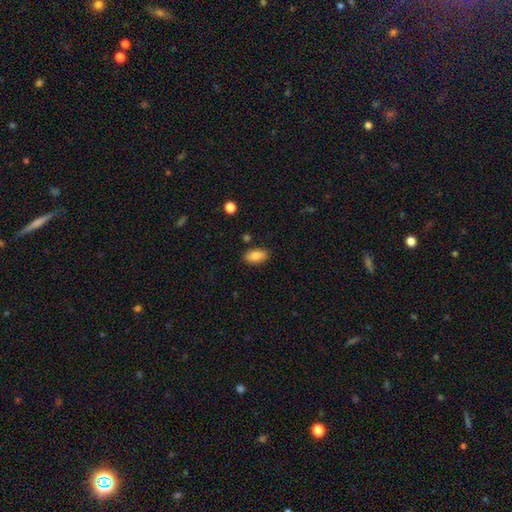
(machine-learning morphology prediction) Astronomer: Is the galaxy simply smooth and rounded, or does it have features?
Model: smooth — 83%.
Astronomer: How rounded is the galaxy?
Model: in between — 90%.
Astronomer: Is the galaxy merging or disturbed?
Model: none — 85%.